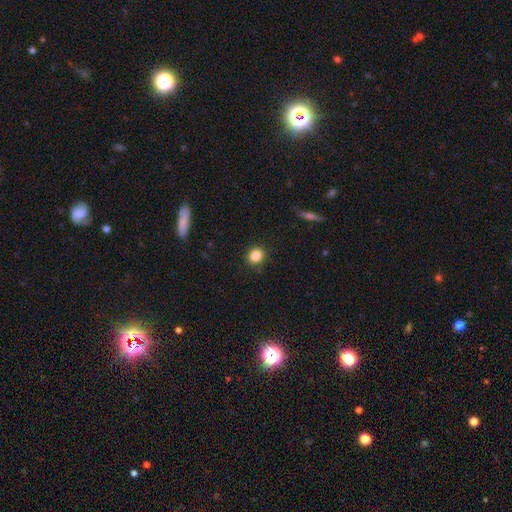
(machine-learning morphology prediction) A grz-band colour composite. It shows a smooth galaxy with no disk features (85%) that is round (81%). Merging: none (90%).